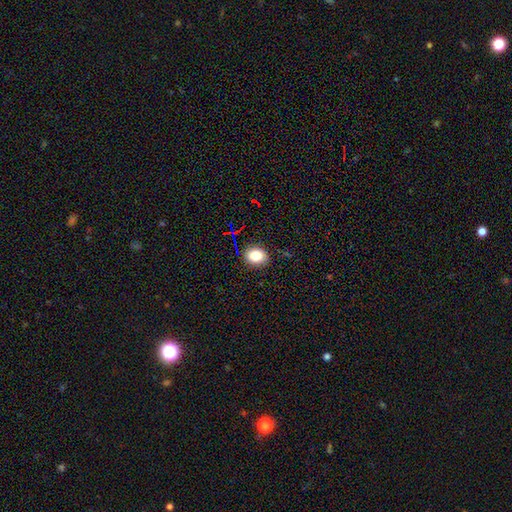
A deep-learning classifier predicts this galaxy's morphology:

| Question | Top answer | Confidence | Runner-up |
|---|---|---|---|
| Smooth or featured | smooth | 83% | star or artifact (11%) |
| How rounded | in between | 55% | round (44%) |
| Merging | none | 84% | minor disturbance (12%) |